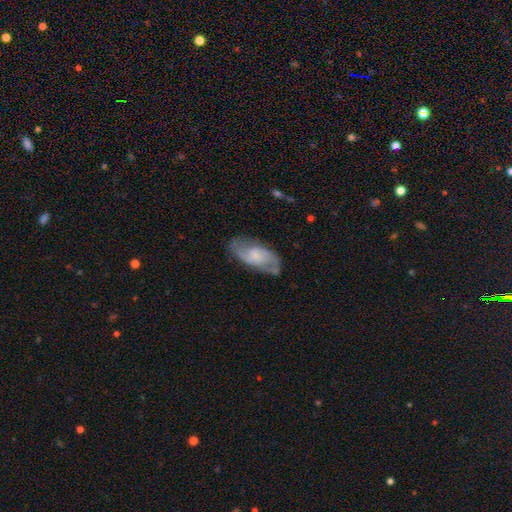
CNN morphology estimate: type=featured or disk (71%); edge-on=no (94%); bar=no (51%); spiral arms=yes (92%); winding=medium (50%); arm count=2 (85%); bulge=small (40%); merging=none (75%).